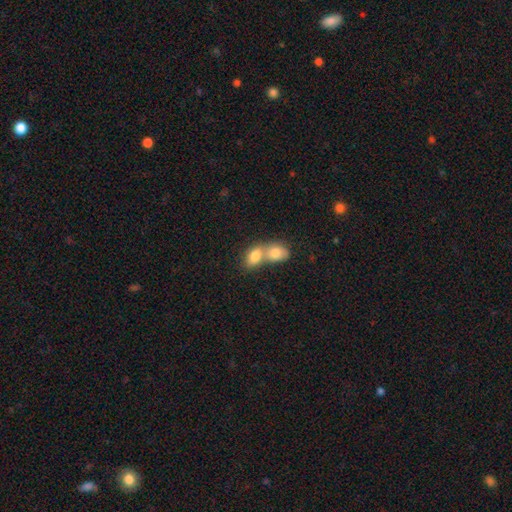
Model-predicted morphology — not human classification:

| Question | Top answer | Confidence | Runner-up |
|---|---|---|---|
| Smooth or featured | smooth | 81% | featured or disk (12%) |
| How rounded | in between | 82% | round (15%) |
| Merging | merger | 73% | none (18%) |